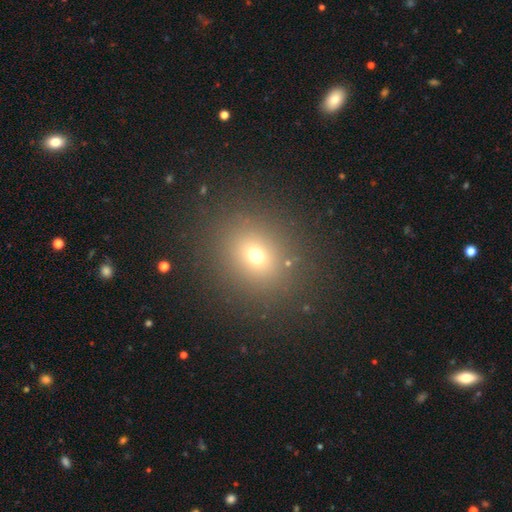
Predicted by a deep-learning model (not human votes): Smooth or featured: smooth — 68% (star or artifact — 22%)
How rounded: round — 74% (in between — 25%)
Merging: none — 87% (minor disturbance — 7%)